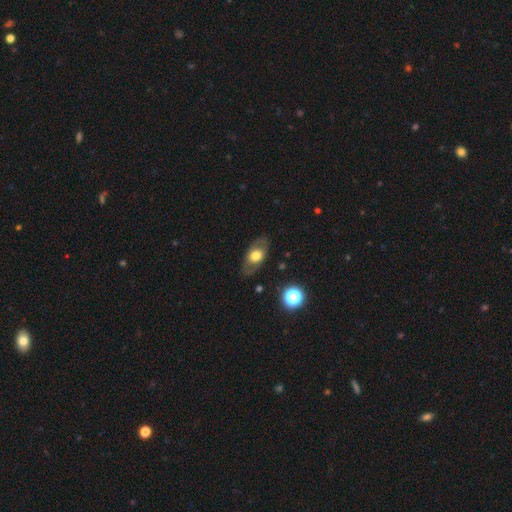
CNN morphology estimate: This appears to be a smooth galaxy with no disk features (50%) that is in between round and cigar-shaped (83%). Merging: none (79%).